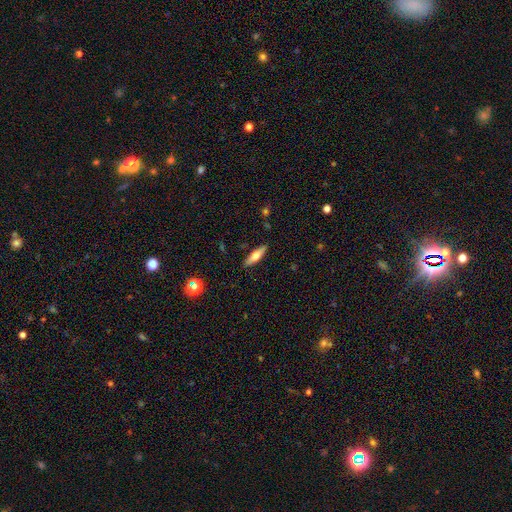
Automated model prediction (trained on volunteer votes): Smooth or featured? Predicted: smooth (p=0.54). How rounded? Predicted: cigar-shaped (p=0.65). Merging? Predicted: none (p=0.89).